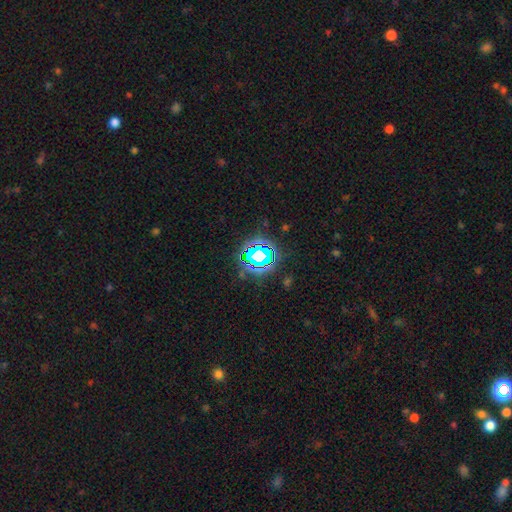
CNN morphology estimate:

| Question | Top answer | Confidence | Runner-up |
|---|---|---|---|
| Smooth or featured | star or artifact | 69% | smooth (18%) |